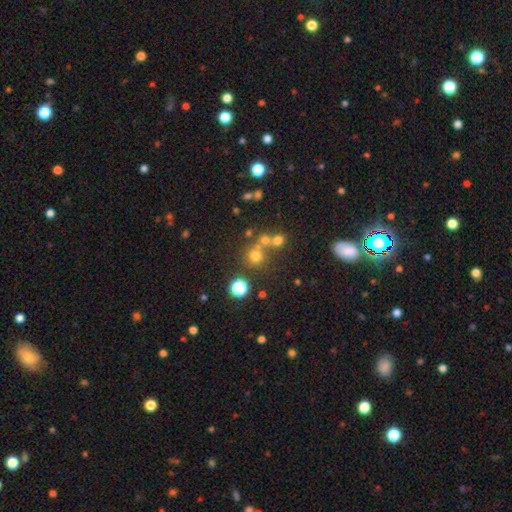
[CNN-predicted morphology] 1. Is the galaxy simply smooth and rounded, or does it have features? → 63% smooth, 26% star or artifact, 11% featured or disk.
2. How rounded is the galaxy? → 90% round, 9% in between, 1% cigar-shaped.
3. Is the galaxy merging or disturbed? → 64% none, 24% merger, 8% minor disturbance, 4% major disturbance.